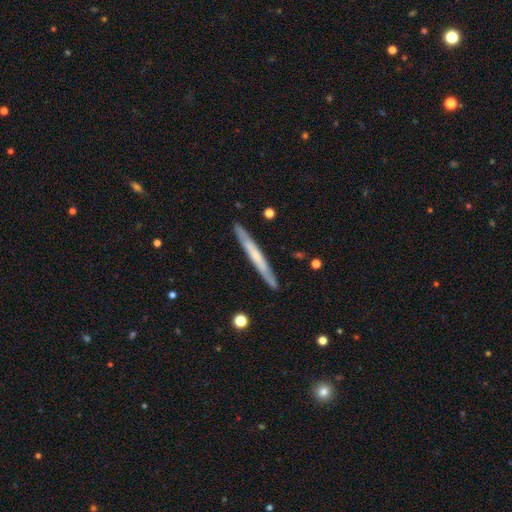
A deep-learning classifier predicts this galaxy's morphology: smooth-or-featured: featured or disk: 52% | smooth: 42% | star or artifact: 6%
  disk-edge-on: yes: 93% | no: 7%
  merging: none: 90% | minor disturbance: 8% | major disturbance: 1% | merger: 1%